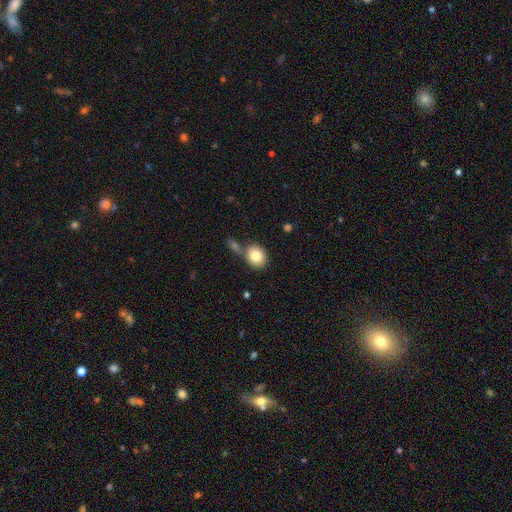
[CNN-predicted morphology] Smooth or featured? Predicted: smooth (p=0.83). How rounded? Predicted: round (p=0.64). Merging? Predicted: none (p=0.59).